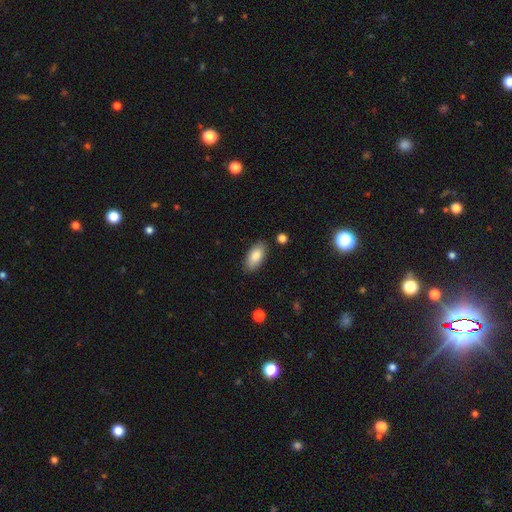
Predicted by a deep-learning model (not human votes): Smooth or featured? smooth (85%)
How rounded? in between (92%)
Merging? none (86%)